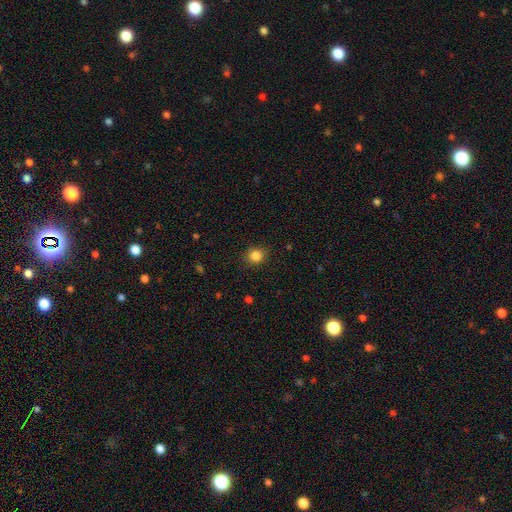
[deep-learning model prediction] This appears to be a smooth galaxy with no disk features (85%) that is round (84%). Merging: none (87%).